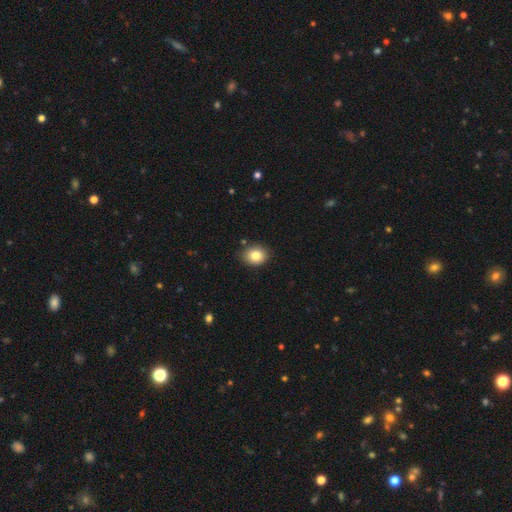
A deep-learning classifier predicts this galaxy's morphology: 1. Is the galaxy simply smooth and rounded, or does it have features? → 82% smooth, 10% star or artifact, 9% featured or disk.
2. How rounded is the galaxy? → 54% round, 45% in between, 1% cigar-shaped.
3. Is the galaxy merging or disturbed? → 84% none, 12% minor disturbance, 2% major disturbance, 2% merger.